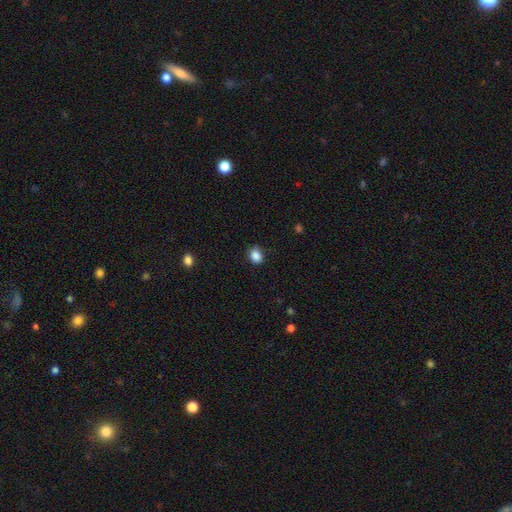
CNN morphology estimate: This appears to be a smooth galaxy with no disk features (87%) that is in between round and cigar-shaped (50%). Merging: none (85%).